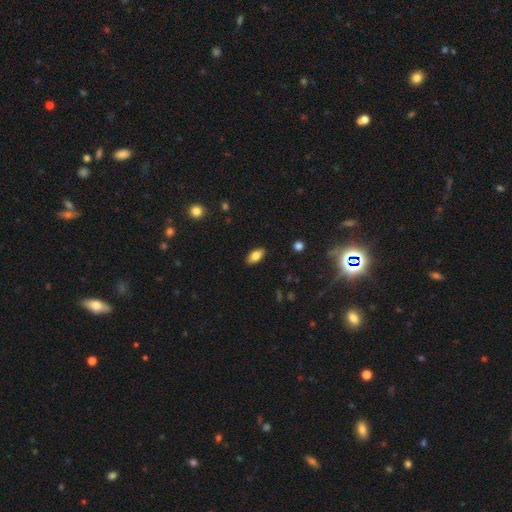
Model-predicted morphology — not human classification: Smooth or featured? smooth (80%)
How rounded? in between (90%)
Merging? none (88%)